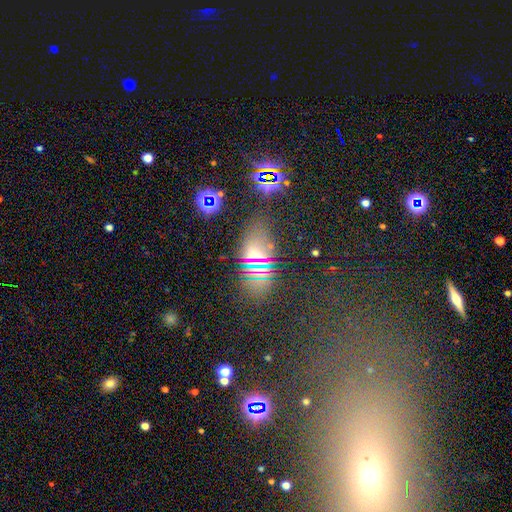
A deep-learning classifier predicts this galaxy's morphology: type=star or artifact (60%).